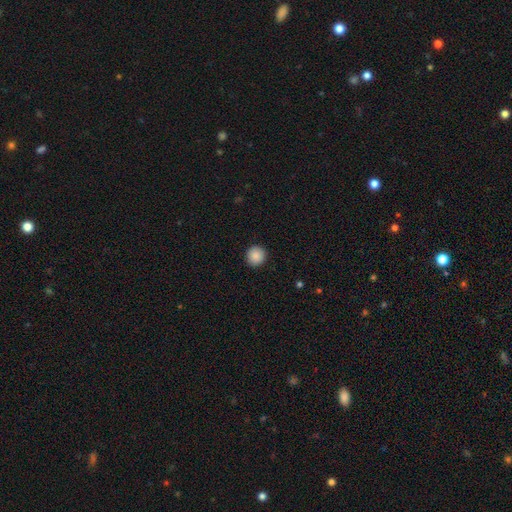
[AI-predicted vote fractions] smooth_or_featured: smooth (p=0.88) [alt: star or artifact p=0.09]
how_rounded: round (p=0.93) [alt: in between p=0.06]
merging: none (p=0.92) [alt: minor disturbance p=0.05]